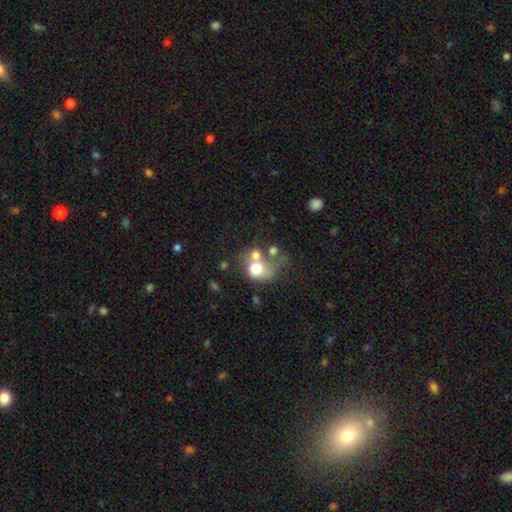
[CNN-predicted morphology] type=smooth (66%); roundness=round (58%); merging=merger (54%).